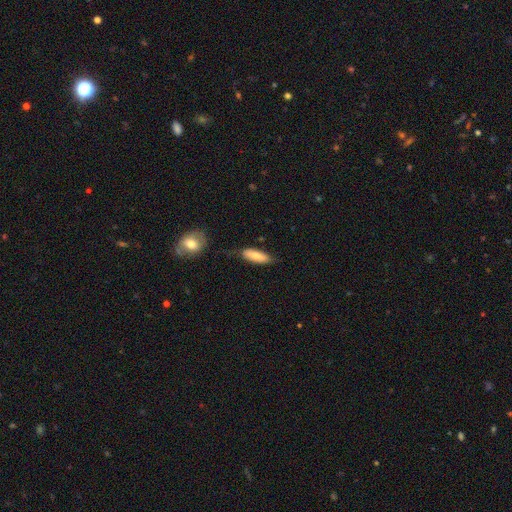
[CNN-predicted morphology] smooth 75%, featured or disk 19%, star or artifact 6%. Down the decision tree: how rounded — in between (62%); merging — none (67%).